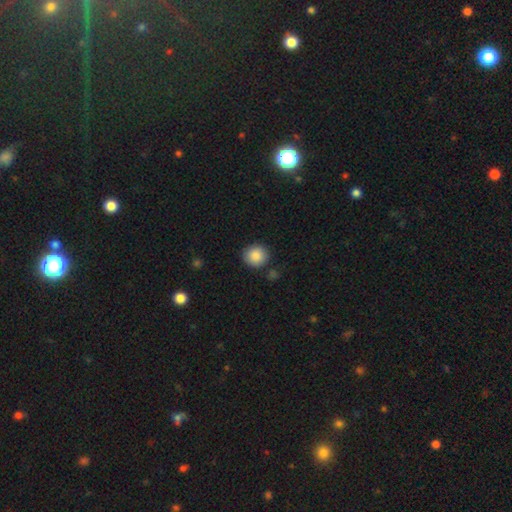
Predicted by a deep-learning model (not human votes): Smooth or featured: smooth — 88% (star or artifact — 8%)
How rounded: round — 89% (in between — 10%)
Merging: none — 87% (minor disturbance — 8%)